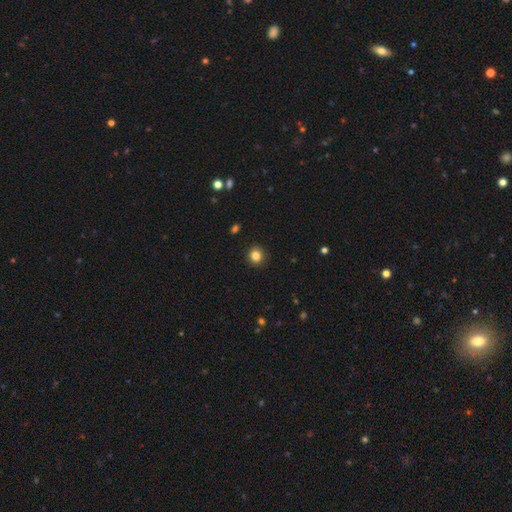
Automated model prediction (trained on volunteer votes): Smooth or featured? Predicted: smooth (p=0.84). How rounded? Predicted: round (p=0.91). Merging? Predicted: none (p=0.92).